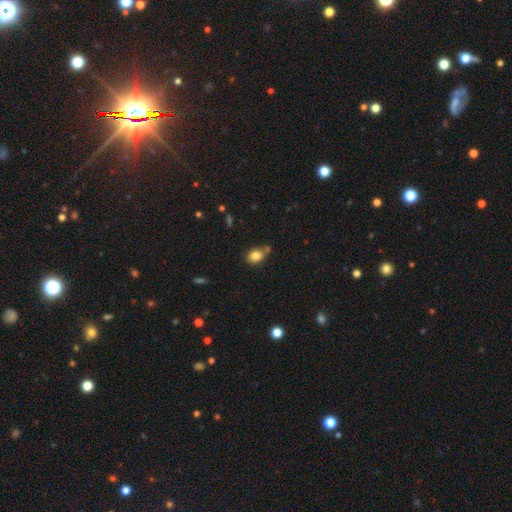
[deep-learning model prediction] A smooth galaxy with no disk features (81%) that is in between round and cigar-shaped (57%).

Vote fractions:
- Smooth or featured? smooth: 81% / star or artifact: 10% / featured or disk: 9%
- How rounded? in between: 57% / round: 41% / cigar-shaped: 1%
- Merging? none: 62% / minor disturbance: 18% / merger: 16% / major disturbance: 4%